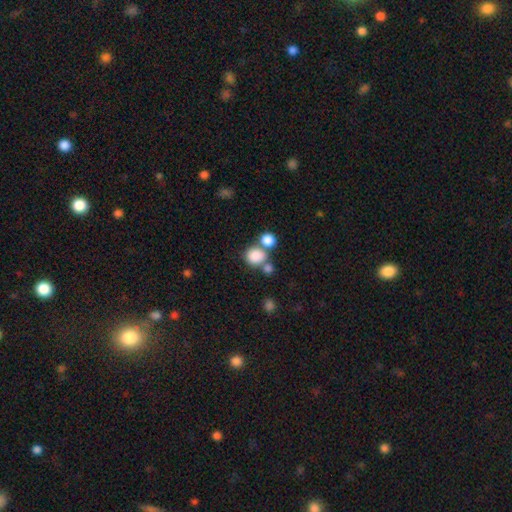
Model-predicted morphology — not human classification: type=smooth (83%); roundness=round (71%); merging=none (46%).